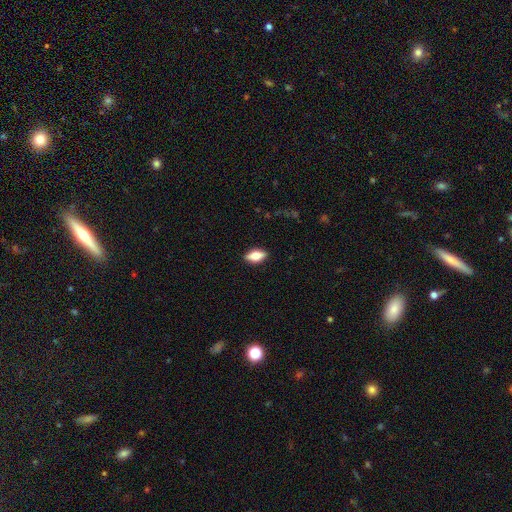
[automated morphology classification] smooth 63%, featured or disk 30%, star or artifact 7%. Down the decision tree: how rounded — in between (82%); merging — none (87%).